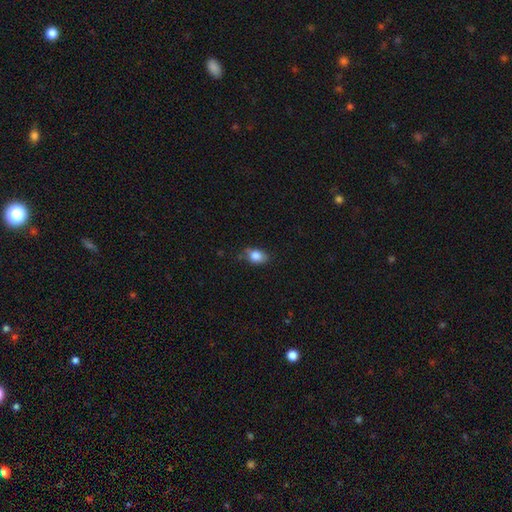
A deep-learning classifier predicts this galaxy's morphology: This is clearly a smooth galaxy (84%). How rounded: likely in between (75%). Merging: likely none (66%).